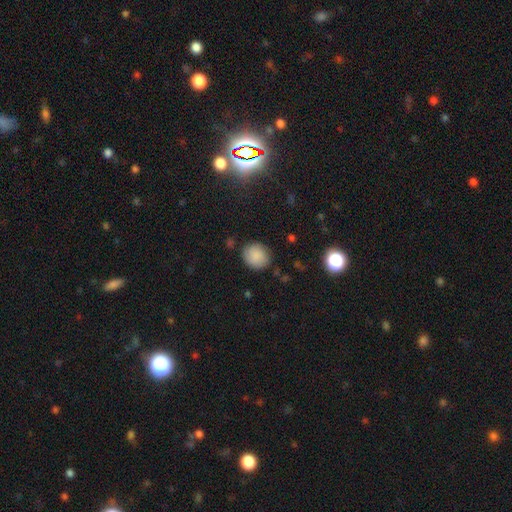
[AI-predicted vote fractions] Smooth or featured: smooth — 85% (star or artifact — 8%)
How rounded: round — 76% (in between — 23%)
Merging: none — 82% (minor disturbance — 13%)